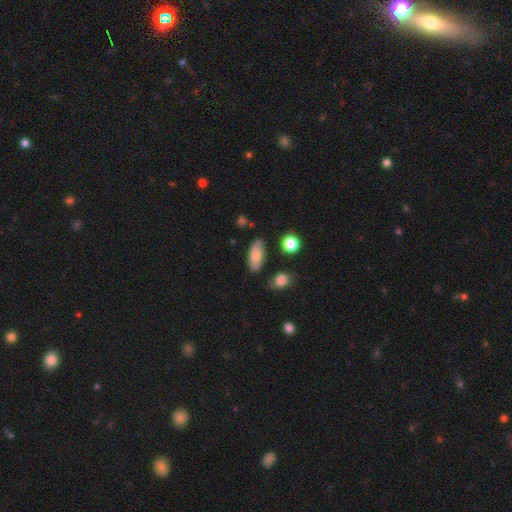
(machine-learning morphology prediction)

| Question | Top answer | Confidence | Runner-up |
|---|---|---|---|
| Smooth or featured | smooth | 74% | featured or disk (18%) |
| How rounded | in between | 87% | cigar-shaped (10%) |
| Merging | none | 77% | minor disturbance (16%) |